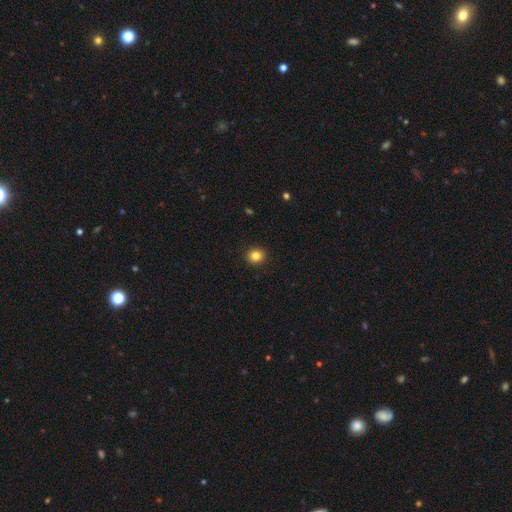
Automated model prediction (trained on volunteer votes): Q: Smooth or featured?
A: smooth (83%); runner-up: star or artifact (11%)
Q: How rounded?
A: round (89%); runner-up: in between (10%)
Q: Merging?
A: none (93%); runner-up: minor disturbance (5%)